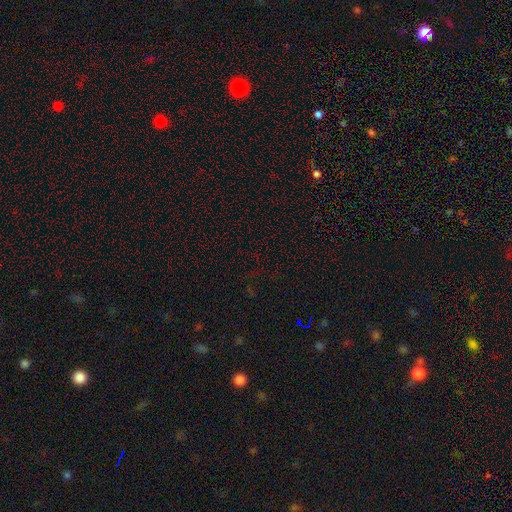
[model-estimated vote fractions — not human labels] Smooth or featured? Predicted: star or artifact (p=0.73).